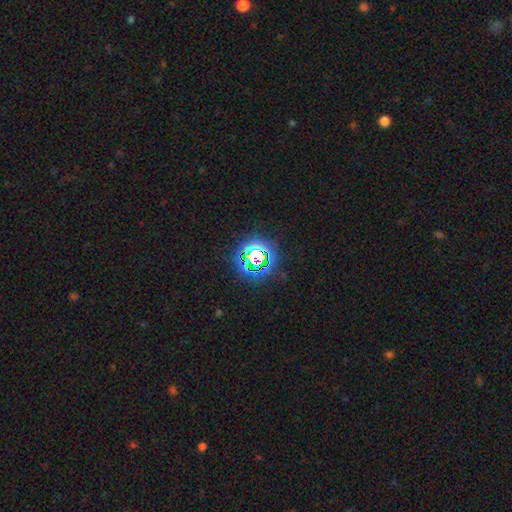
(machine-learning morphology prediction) Smooth or featured: star or artifact — 75% (smooth — 15%)